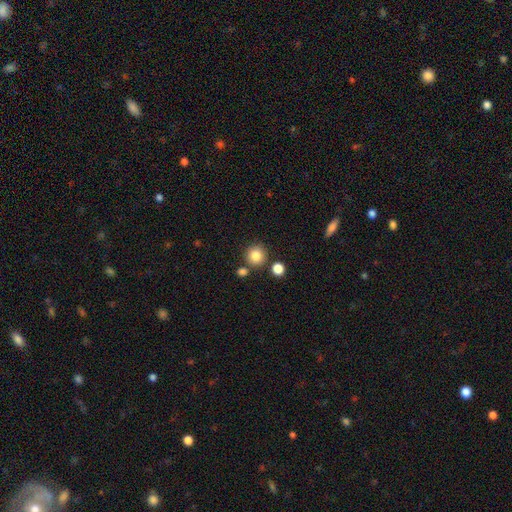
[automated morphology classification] Q: Smooth or featured?
A: smooth (83%); runner-up: star or artifact (11%)
Q: How rounded?
A: round (92%); runner-up: in between (7%)
Q: Merging?
A: none (80%); runner-up: merger (10%)